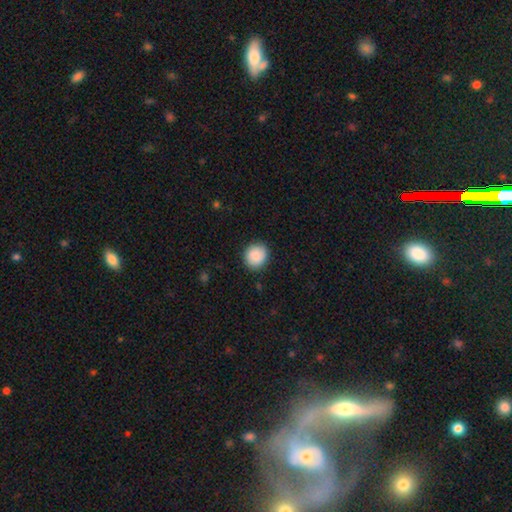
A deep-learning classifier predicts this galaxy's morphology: smooth 88%, star or artifact 7%, featured or disk 5%. Down the decision tree: how rounded — round (82%); merging — none (89%).